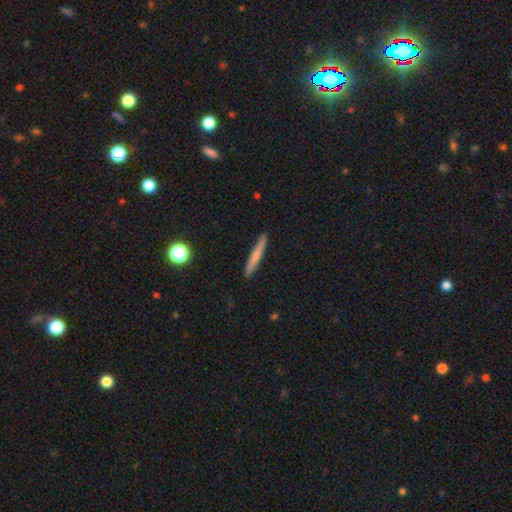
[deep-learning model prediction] A smooth galaxy with no disk features (62%) that is cigar-shaped (95%).

Vote fractions:
- Smooth or featured? smooth: 62% / featured or disk: 31% / star or artifact: 7%
- How rounded? cigar-shaped: 95% / in between: 3% / round: 2%
- Merging? none: 91% / minor disturbance: 7% / major disturbance: 1% / merger: 1%